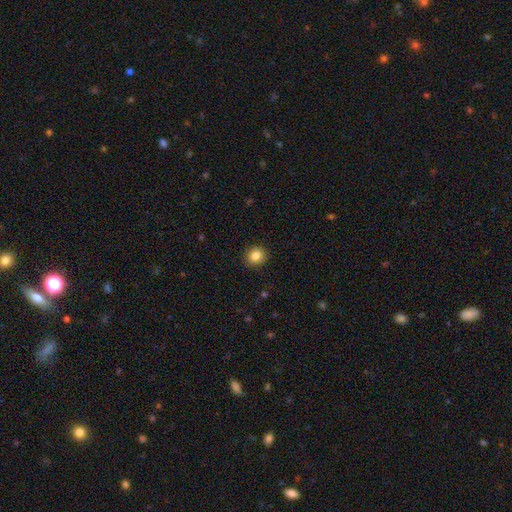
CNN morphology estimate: The model was most divided on "how rounded": round: 77%, in between: 22%, cigar-shaped: 1%. More confident: merging — none (91%); smooth or featured — smooth (84%).